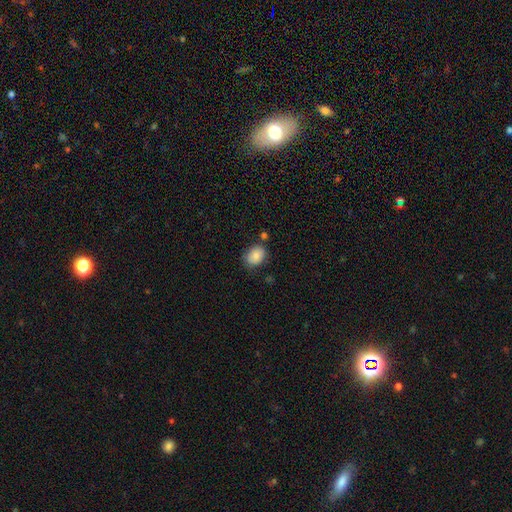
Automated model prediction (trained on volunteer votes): smooth_or_featured: smooth (p=0.83) [alt: featured or disk p=0.09]
how_rounded: in between (p=0.68) [alt: round p=0.31]
merging: none (p=0.73) [alt: minor disturbance p=0.17]